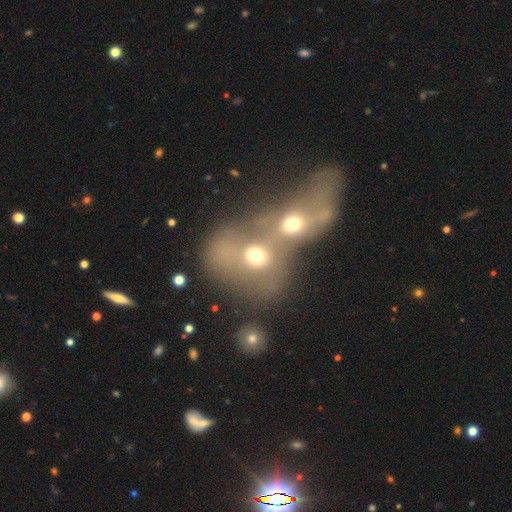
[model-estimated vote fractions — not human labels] This appears to be a smooth galaxy with no disk features (60%) that is round (56%). Merging: merger (83%).